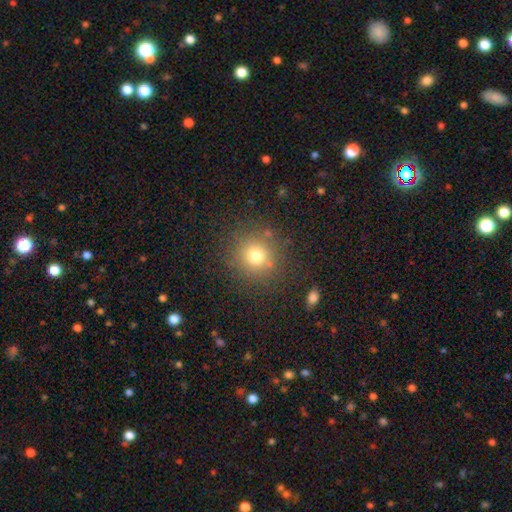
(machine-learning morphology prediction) smooth-or-featured: smooth: 73% | star or artifact: 17% | featured or disk: 10%
  how-rounded: round: 91% | in between: 8% | cigar-shaped: 1%
  merging: none: 84% | minor disturbance: 9% | major disturbance: 4% | merger: 3%